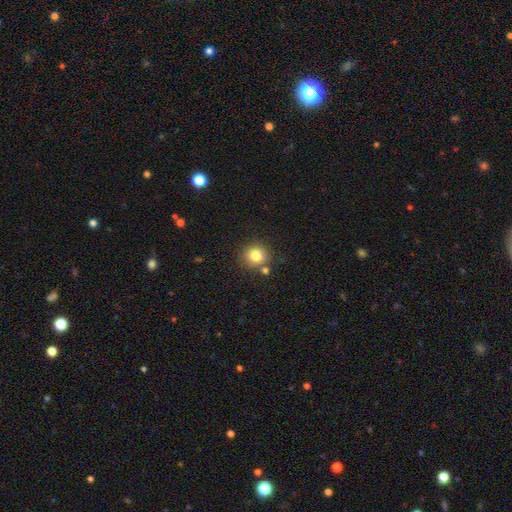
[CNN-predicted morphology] Smooth or featured: smooth — 80% (star or artifact — 12%)
How rounded: round — 89% (in between — 11%)
Merging: none — 76% (merger — 11%)